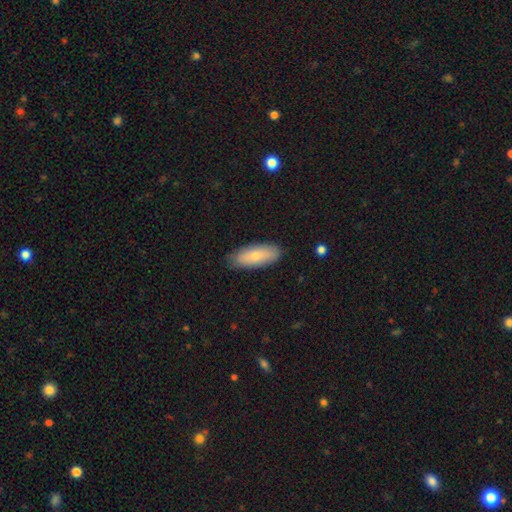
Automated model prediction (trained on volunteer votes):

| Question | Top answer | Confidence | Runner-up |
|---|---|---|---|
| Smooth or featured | smooth | 78% | featured or disk (17%) |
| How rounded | in between | 76% | cigar-shaped (22%) |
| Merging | none | 86% | minor disturbance (11%) |